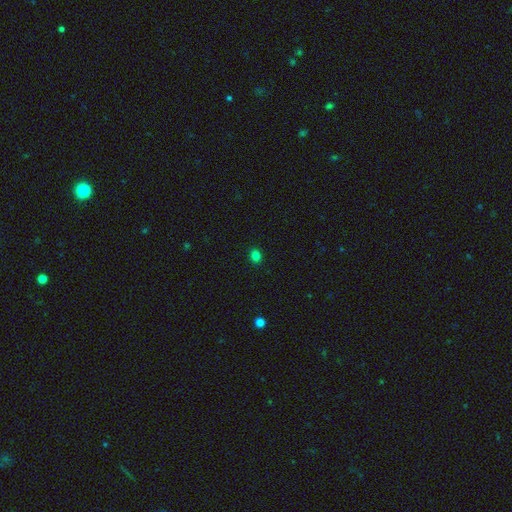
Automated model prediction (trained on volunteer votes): smooth-or-featured: smooth: 81% | star or artifact: 15% | featured or disk: 4%
  how-rounded: round: 66% | in between: 33% | cigar-shaped: 1%
  merging: none: 91% | minor disturbance: 6% | major disturbance: 2% | merger: 1%